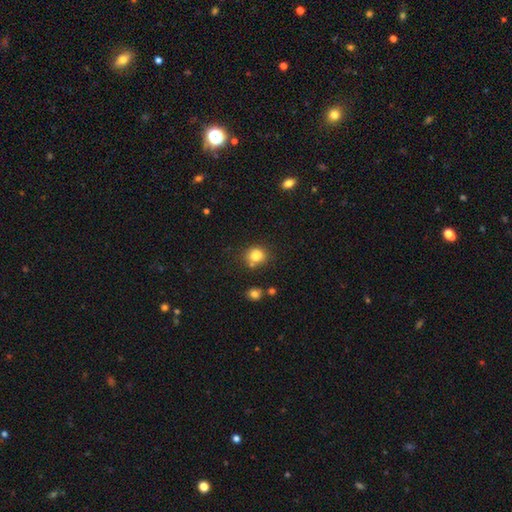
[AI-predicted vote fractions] Smooth or featured? Predicted: smooth (p=0.80). How rounded? Predicted: round (p=0.74). Merging? Predicted: none (p=0.64).